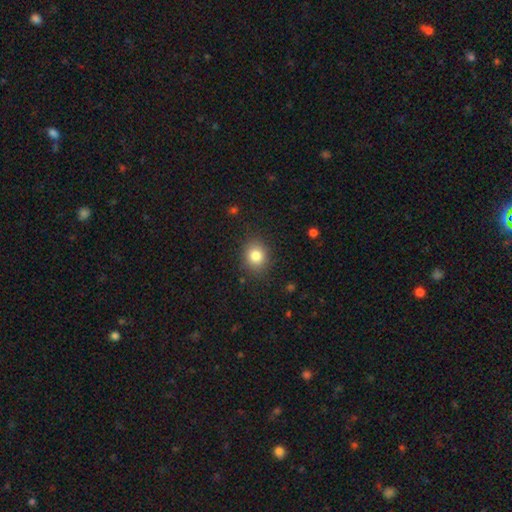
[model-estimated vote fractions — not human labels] smooth 83%, star or artifact 11%, featured or disk 7%. Down the decision tree: how rounded — round (68%); merging — none (86%).